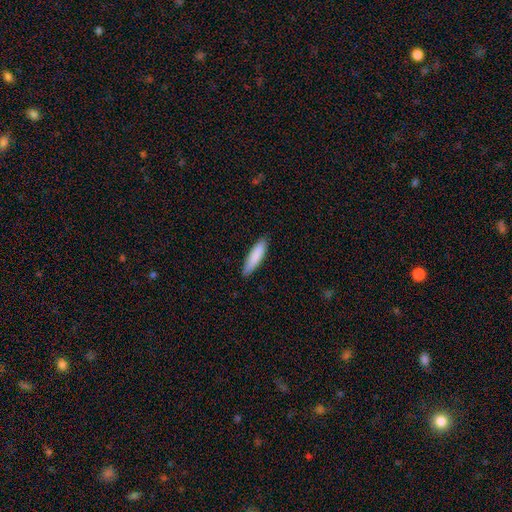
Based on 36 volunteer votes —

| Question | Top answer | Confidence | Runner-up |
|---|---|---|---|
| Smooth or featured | smooth | 92% | featured or disk (6%) |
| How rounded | cigar-shaped | 70% | in between (27%) |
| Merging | none | 86% | major disturbance (9%) |